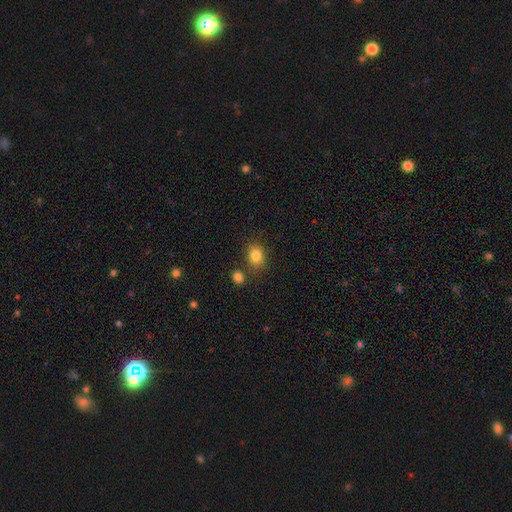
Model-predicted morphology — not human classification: Q: Smooth or featured?
A: smooth (82%); runner-up: star or artifact (11%)
Q: How rounded?
A: round (57%); runner-up: in between (42%)
Q: Merging?
A: none (75%); runner-up: minor disturbance (12%)